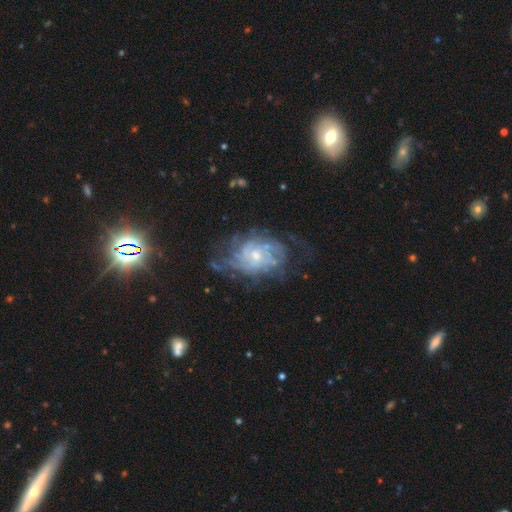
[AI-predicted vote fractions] featured or disk 81%, smooth 11%, star or artifact 8%. Down the decision tree: edge-on disk — no (97%); bar — no (73%); spiral arms — yes (85%); spiral arm count — can't tell (54%); spiral winding — tight (55%); bulge size — small (50%); merging — none (55%).